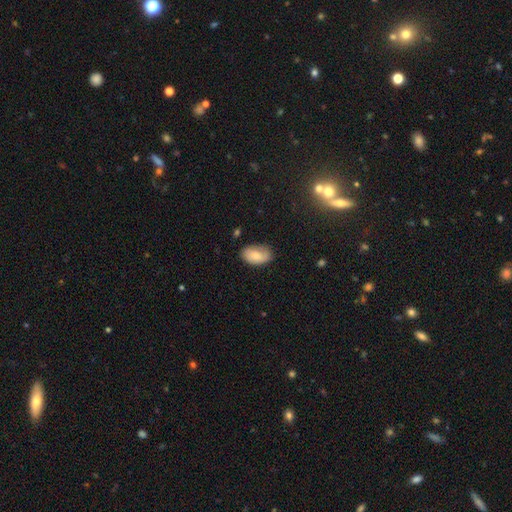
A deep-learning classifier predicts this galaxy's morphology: smooth_or_featured: smooth (p=0.73) [alt: featured or disk p=0.19]
how_rounded: in between (p=0.92) [alt: round p=0.07]
merging: none (p=0.69) [alt: minor disturbance p=0.25]